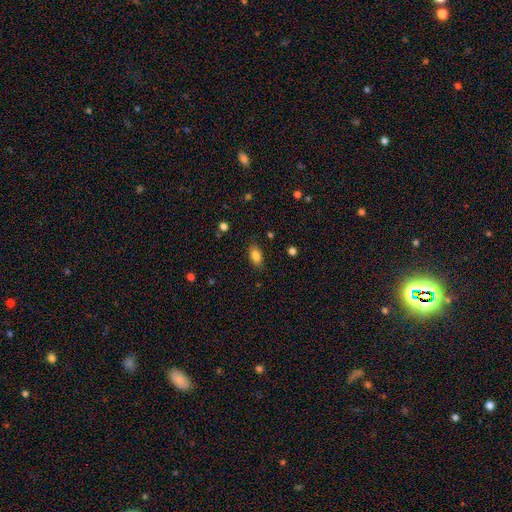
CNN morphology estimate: This appears to be a smooth galaxy with no disk features (82%) that is in between round and cigar-shaped (88%). Merging: none (84%).